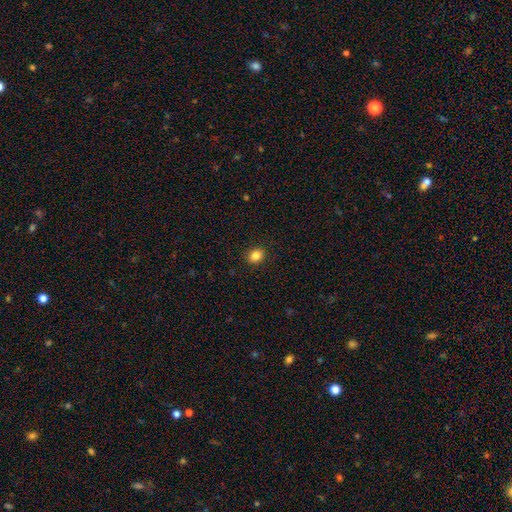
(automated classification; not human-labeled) Morphology: type=smooth (84%); roundness=round (54%); merging=none (91%).